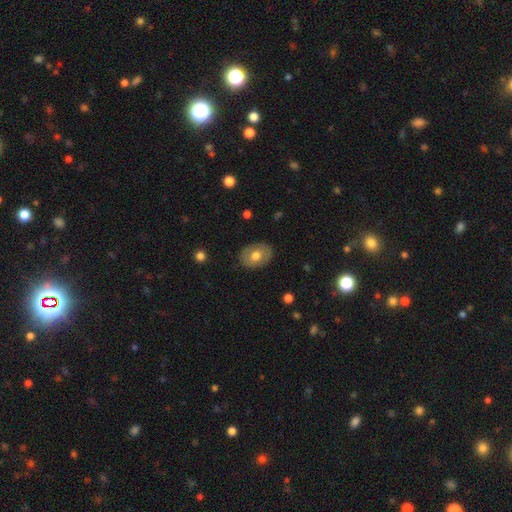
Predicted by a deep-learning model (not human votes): Smooth or featured? smooth (64%)
How rounded? in between (69%)
Merging? none (85%)